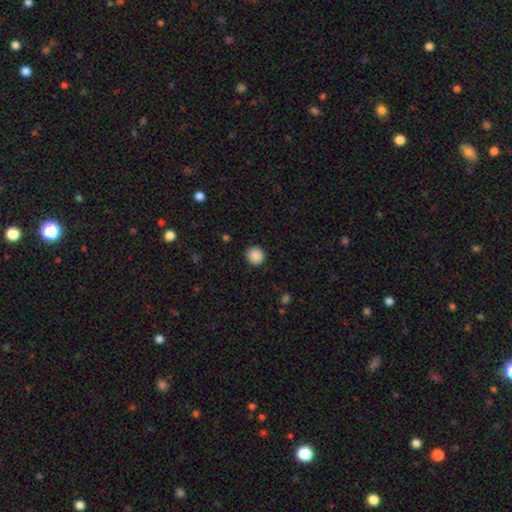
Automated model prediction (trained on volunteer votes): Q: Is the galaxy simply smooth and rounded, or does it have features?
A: smooth — 89%.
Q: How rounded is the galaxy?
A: round — 92%.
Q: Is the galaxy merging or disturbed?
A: none — 89%.